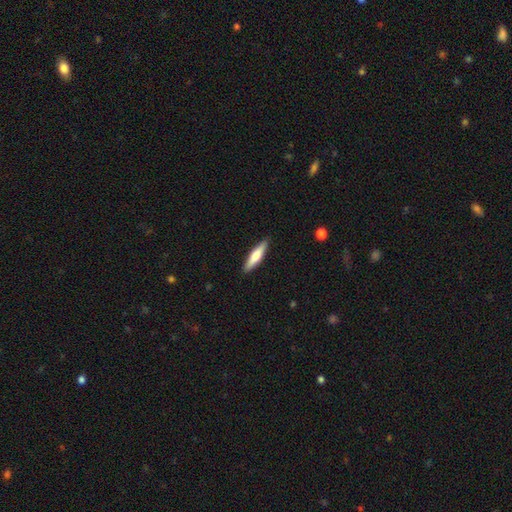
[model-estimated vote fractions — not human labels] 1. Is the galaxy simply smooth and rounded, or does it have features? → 60% smooth, 34% featured or disk, 5% star or artifact.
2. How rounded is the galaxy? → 80% cigar-shaped, 18% in between, 1% round.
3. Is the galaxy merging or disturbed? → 90% none, 8% minor disturbance, 2% major disturbance, 1% merger.